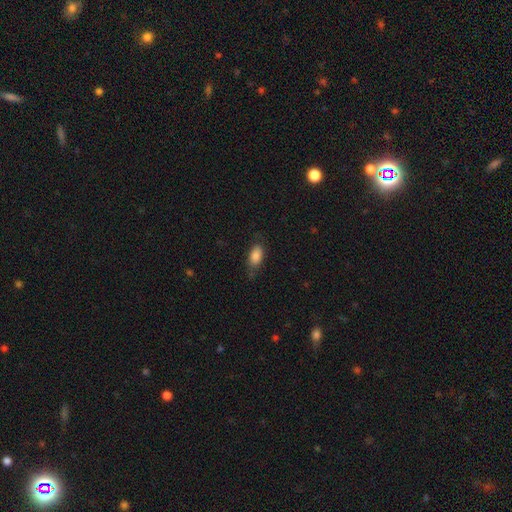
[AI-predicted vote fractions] smooth_or_featured: smooth (p=0.85) [alt: featured or disk p=0.08]
how_rounded: in between (p=0.90) [alt: cigar-shaped p=0.06]
merging: none (p=0.71) [alt: minor disturbance p=0.21]